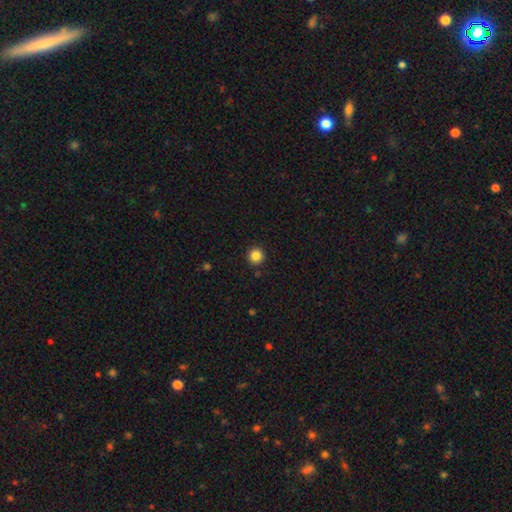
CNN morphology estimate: smooth 85%, star or artifact 11%, featured or disk 4%. Down the decision tree: how rounded — round (96%); merging — none (92%).